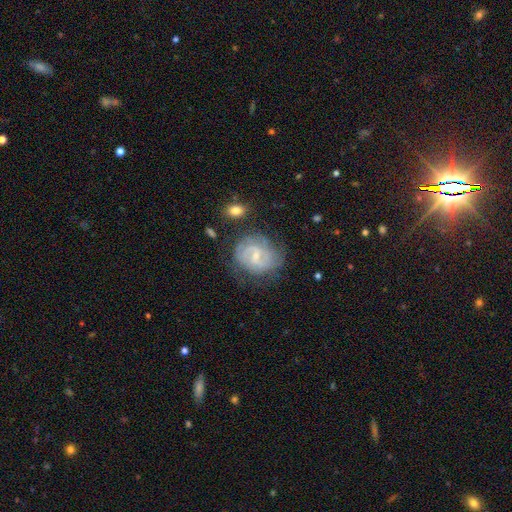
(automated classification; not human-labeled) The model was most divided on "spiral arm count": 2: 46%, can't tell: 33%, 3: 10%, 1: 4%, 4: 4%, more than 4: 3%. More confident: edge-on disk — no (97%); spiral arms — yes (88%); smooth or featured — featured or disk (76%); bulge size — small (68%); merging — none (66%); bar — weak (57%); spiral winding — tight (53%).